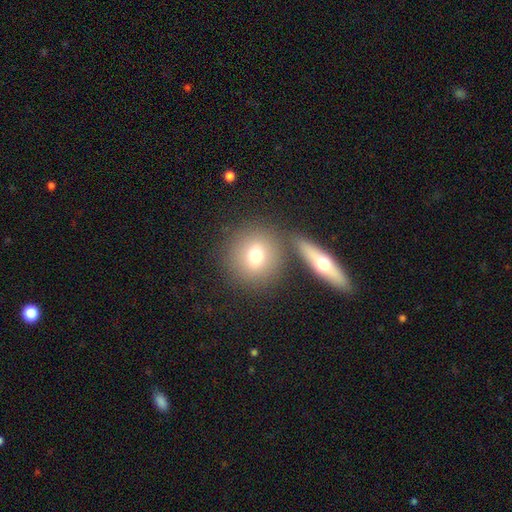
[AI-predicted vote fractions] This is likely a smooth galaxy (72%). How rounded: clearly round (87%). Merging: likely none (69%).